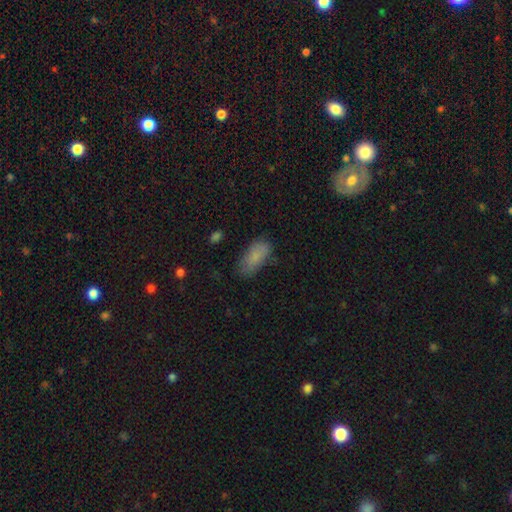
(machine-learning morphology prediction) Overall: smooth (82%). How rounded: in between (88%). Merging: none (60%; minor disturbance 28%).